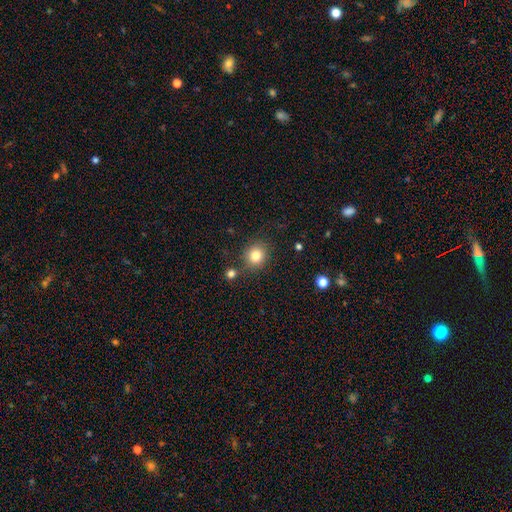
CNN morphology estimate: This appears to be a smooth galaxy with no disk features (82%) that is round (80%). Merging: none (81%).